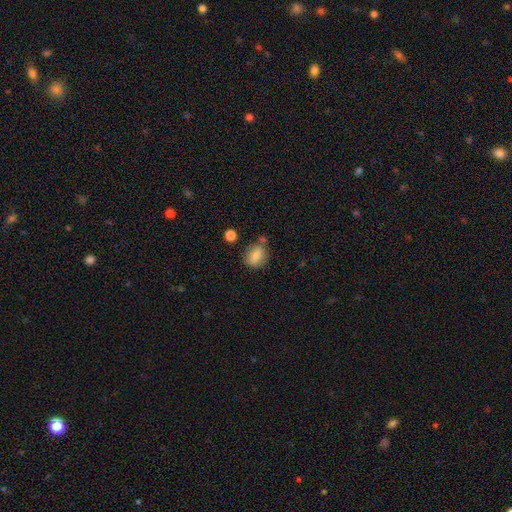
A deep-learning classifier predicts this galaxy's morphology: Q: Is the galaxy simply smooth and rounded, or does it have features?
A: smooth — 81%.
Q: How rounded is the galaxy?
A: in between — 59%.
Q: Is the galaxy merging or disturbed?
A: none — 65%.